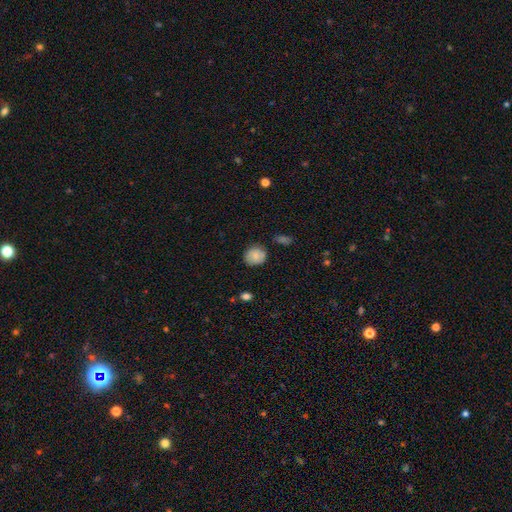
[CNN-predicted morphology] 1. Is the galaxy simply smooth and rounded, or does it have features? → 77% smooth, 15% featured or disk, 8% star or artifact.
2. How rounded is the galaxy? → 75% round, 24% in between, 1% cigar-shaped.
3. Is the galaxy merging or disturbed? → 77% none, 17% minor disturbance, 3% major disturbance, 2% merger.